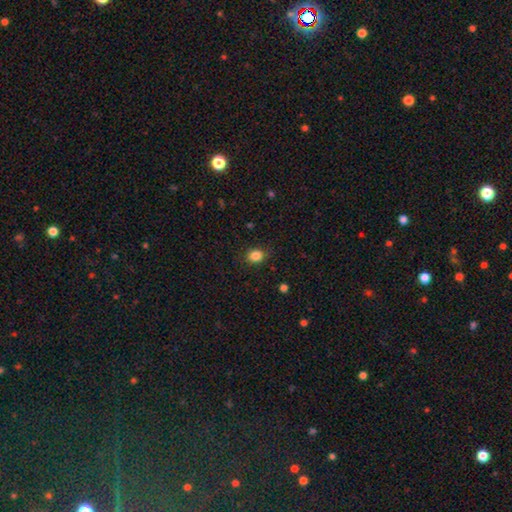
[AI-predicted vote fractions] smooth_or_featured: smooth (p=0.85) [alt: star or artifact p=0.11]
how_rounded: round (p=0.59) [alt: in between p=0.40]
merging: none (p=0.86) [alt: minor disturbance p=0.11]